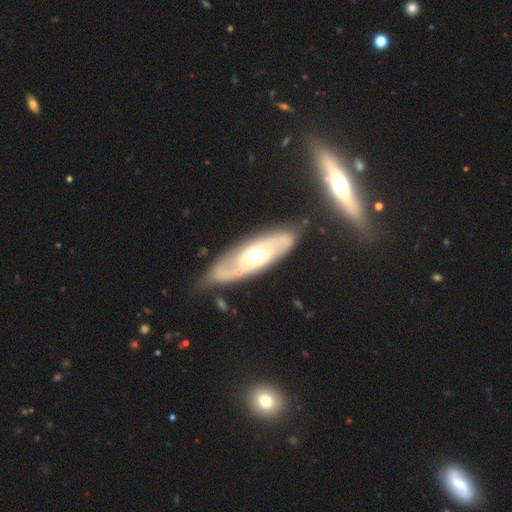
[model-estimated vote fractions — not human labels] Smooth or featured? Predicted: featured or disk (p=0.78). Edge-on disk? Predicted: no (p=0.83). Bar? Predicted: no (p=0.69). Spiral arms? Predicted: yes (p=0.82). Spiral winding? Predicted: tight (p=0.51). Spiral arm count? Predicted: 2 (p=0.66). Bulge size? Predicted: moderate (p=0.67). Merging? Predicted: none (p=0.73).